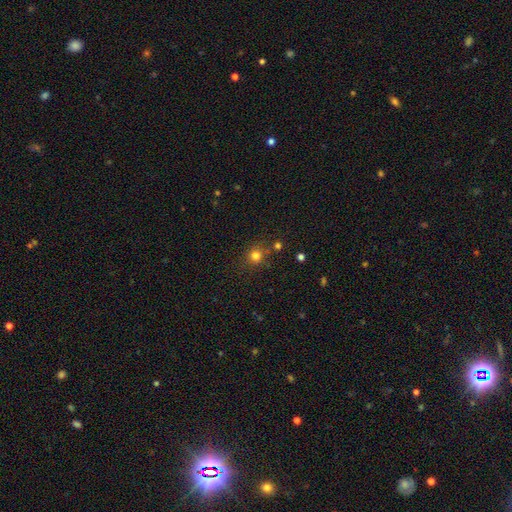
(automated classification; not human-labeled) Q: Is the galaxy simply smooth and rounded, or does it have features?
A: smooth — 77%.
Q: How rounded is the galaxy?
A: round — 89%.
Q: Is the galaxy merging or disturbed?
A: none — 76%.